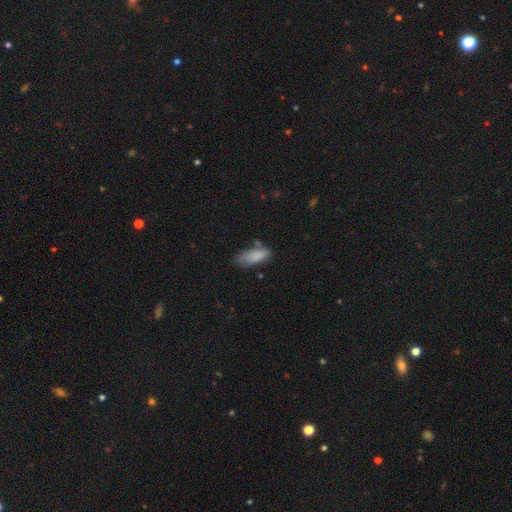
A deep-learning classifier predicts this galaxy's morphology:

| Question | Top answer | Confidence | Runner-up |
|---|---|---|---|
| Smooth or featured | smooth | 85% | featured or disk (8%) |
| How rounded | in between | 81% | cigar-shaped (17%) |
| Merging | none | 56% | minor disturbance (29%) |